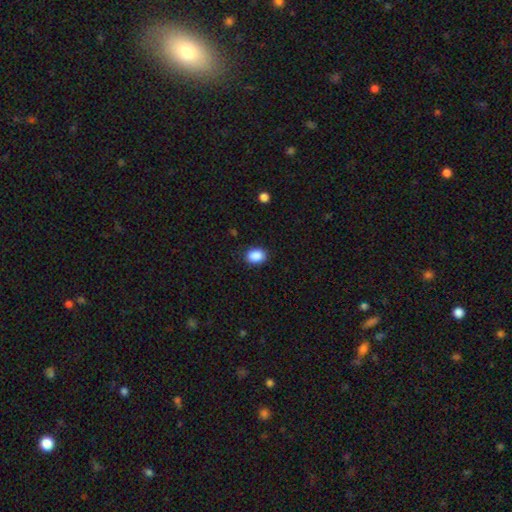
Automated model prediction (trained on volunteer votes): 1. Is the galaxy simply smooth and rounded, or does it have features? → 89% smooth, 8% star or artifact, 3% featured or disk.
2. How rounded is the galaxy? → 69% in between, 30% round, 1% cigar-shaped.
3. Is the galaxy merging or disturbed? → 87% none, 9% minor disturbance, 2% major disturbance, 1% merger.